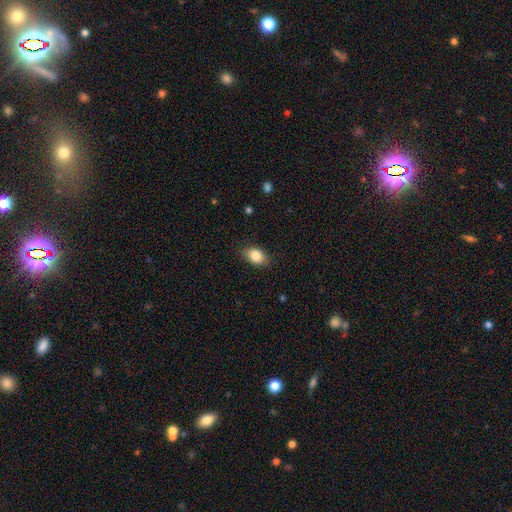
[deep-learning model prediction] smooth_or_featured: smooth (p=0.86) [alt: star or artifact p=0.08]
how_rounded: in between (p=0.84) [alt: round p=0.14]
merging: none (p=0.83) [alt: minor disturbance p=0.13]